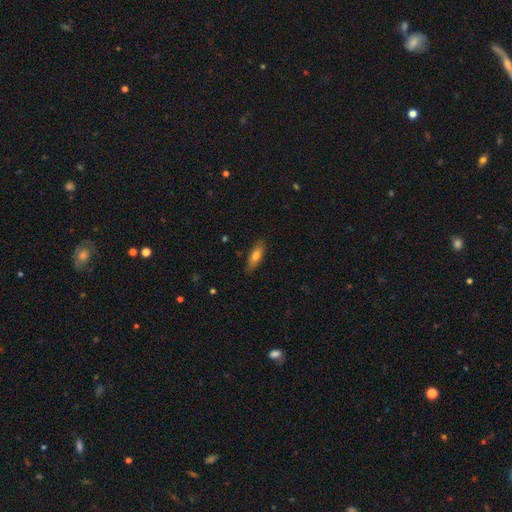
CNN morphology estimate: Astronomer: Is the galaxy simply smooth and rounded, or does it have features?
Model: smooth — 72%.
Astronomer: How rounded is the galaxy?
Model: in between — 57% (runner-up: cigar-shaped, 40%).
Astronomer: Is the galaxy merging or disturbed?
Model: none — 84%.